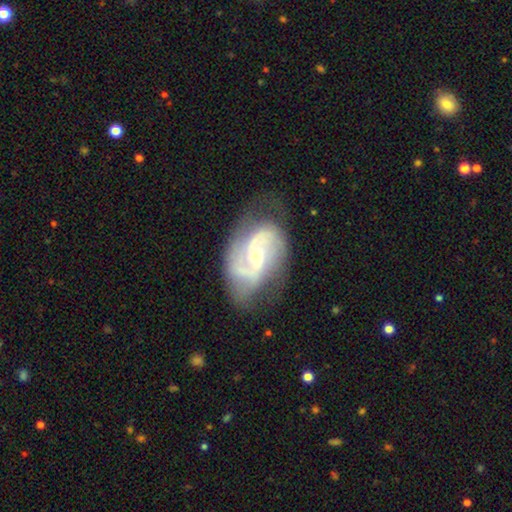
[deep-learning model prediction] A featured or disk galaxy (86%) with no bar (46%), 2 (76%) medium (51%) spiral arms (96%) and a small central bulge (64%).

Vote fractions:
- Smooth or featured? featured or disk: 86% / smooth: 8% / star or artifact: 6%
- Edge-on disk? no: 97% / yes: 3%
- Bar? no: 46% / weak: 40% / strong: 14%
- Spiral arms? yes: 96% / no: 4%
- Spiral winding? medium: 51% / loose: 27% / tight: 22%
- Spiral arm count? 2: 76% / can't tell: 9% / 3: 8% / 1: 3% / 4: 2% / more than 4: 2%
- Bulge size? small: 64% / moderate: 32% / large: 2% / none: 1% / dominant: 1%
- Merging? none: 65% / minor disturbance: 22% / major disturbance: 12% / merger: 2%